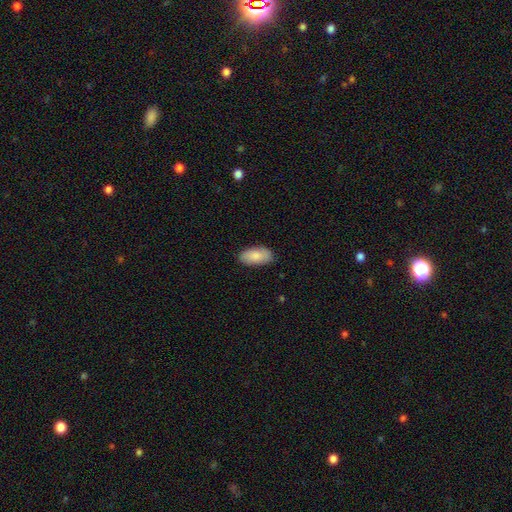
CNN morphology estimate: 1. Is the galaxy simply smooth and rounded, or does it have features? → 84% smooth, 10% featured or disk, 6% star or artifact.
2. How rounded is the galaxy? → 93% in between, 4% cigar-shaped, 3% round.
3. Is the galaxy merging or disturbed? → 85% none, 12% minor disturbance, 2% major disturbance, 1% merger.